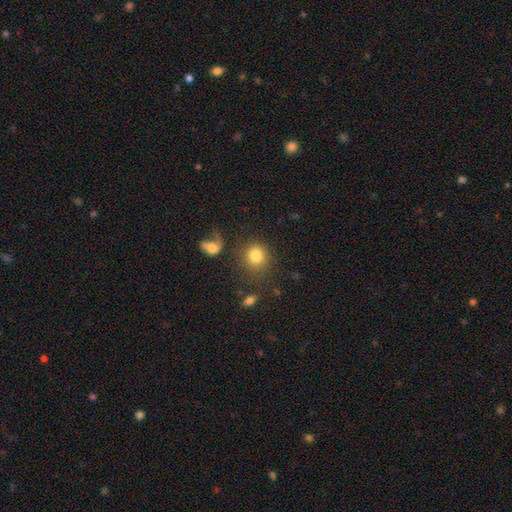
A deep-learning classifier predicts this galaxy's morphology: The model was most divided on "merging": none: 72%, minor disturbance: 12%, merger: 8%, major disturbance: 8%. More confident: how rounded — round (84%); smooth or featured — smooth (81%).